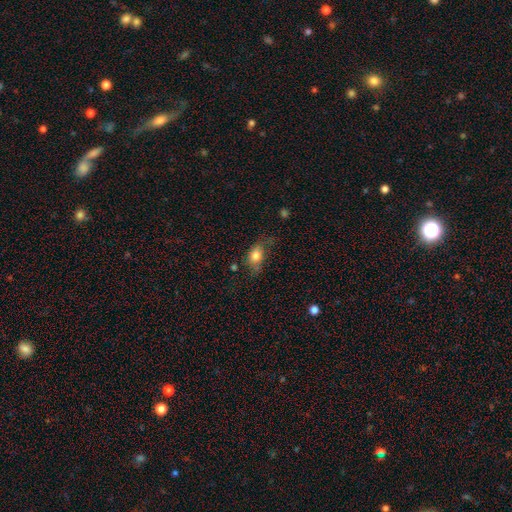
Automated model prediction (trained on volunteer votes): This appears to be a smooth galaxy with no disk features (78%) that is in between round and cigar-shaped (79%). Merging: none (51%).